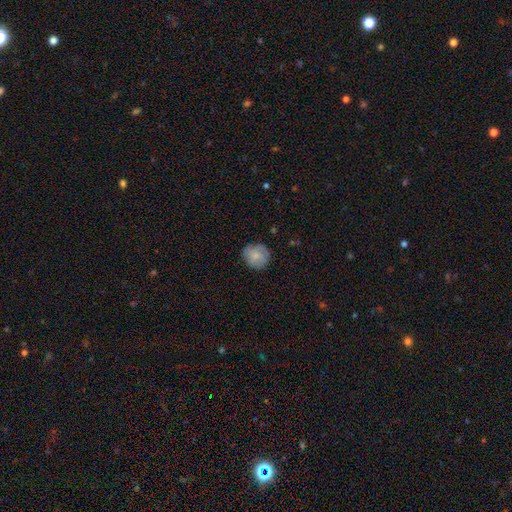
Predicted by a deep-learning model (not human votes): smooth 70%, featured or disk 23%, star or artifact 7%. Down the decision tree: how rounded — round (88%); merging — none (79%).